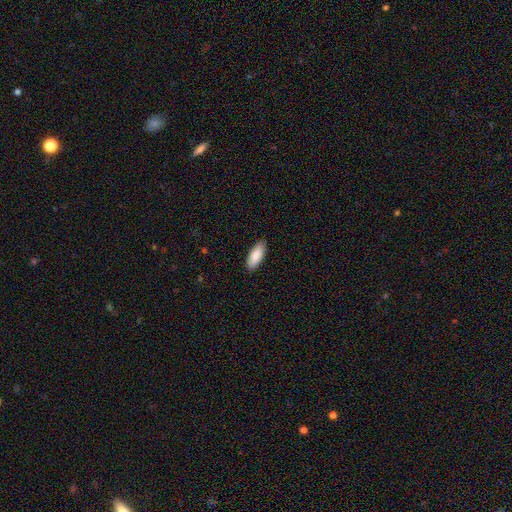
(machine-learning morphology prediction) Smooth or featured: smooth — 88% (featured or disk — 6%)
How rounded: in between — 75% (cigar-shaped — 23%)
Merging: none — 89% (minor disturbance — 8%)